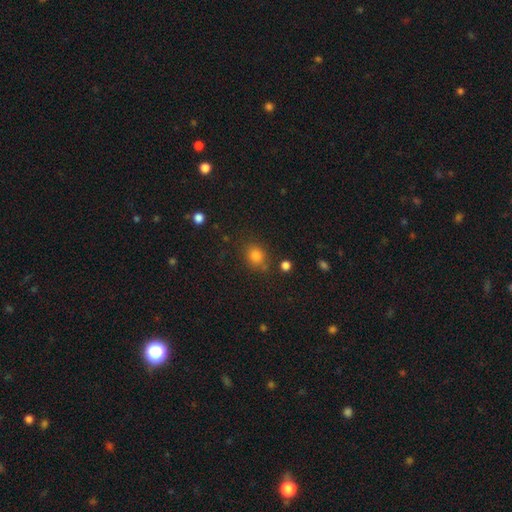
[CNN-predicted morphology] smooth 80%, star or artifact 14%, featured or disk 6%. Down the decision tree: how rounded — round (67%); merging — none (75%).